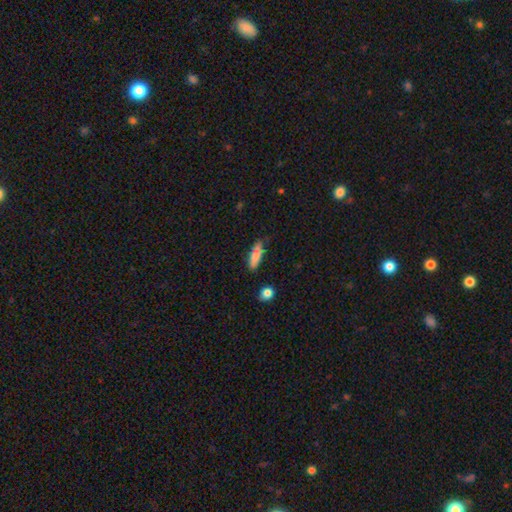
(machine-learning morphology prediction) A smooth galaxy with no disk features (81%) that is cigar-shaped (52%).

Vote fractions:
- Smooth or featured? smooth: 81% / featured or disk: 12% / star or artifact: 7%
- How rounded? cigar-shaped: 52% / in between: 46% / round: 2%
- Merging? none: 73% / minor disturbance: 20% / major disturbance: 4% / merger: 3%